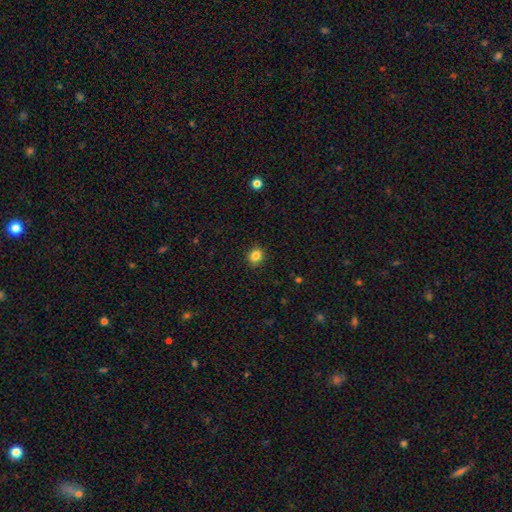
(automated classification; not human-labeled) A smooth galaxy with no disk features (85%) that is round (68%).

Vote fractions:
- Smooth or featured? smooth: 85% / star or artifact: 11% / featured or disk: 5%
- How rounded? round: 68% / in between: 32% / cigar-shaped: 1%
- Merging? none: 90% / minor disturbance: 7% / major disturbance: 2% / merger: 1%